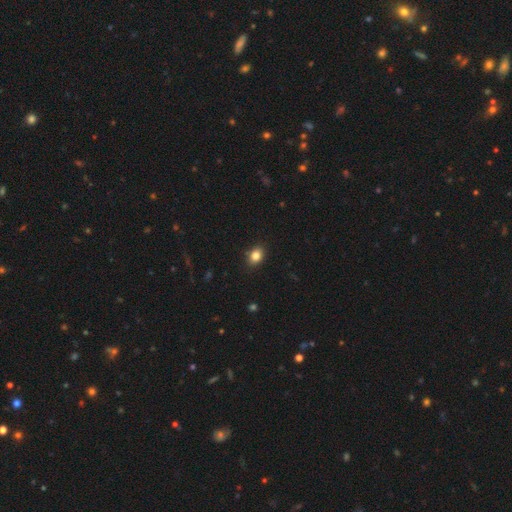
This appears to be a smooth galaxy with no disk features (87%) that is in between round and cigar-shaped (61%). Merging: none (89%).